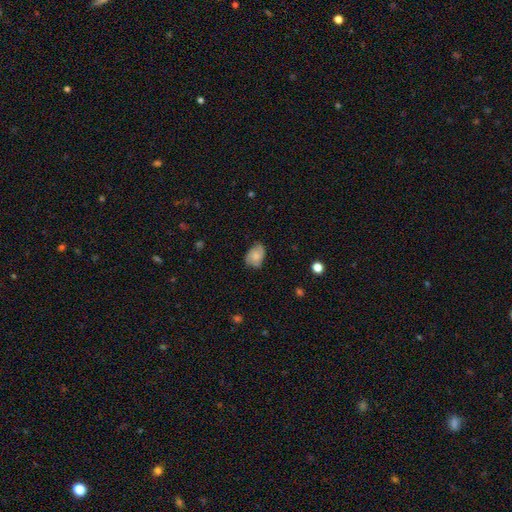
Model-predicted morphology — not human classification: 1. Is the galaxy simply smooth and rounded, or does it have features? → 64% smooth, 27% featured or disk, 9% star or artifact.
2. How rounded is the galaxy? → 71% in between, 27% round, 1% cigar-shaped.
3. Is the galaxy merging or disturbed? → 63% none, 29% minor disturbance, 7% major disturbance, 1% merger.